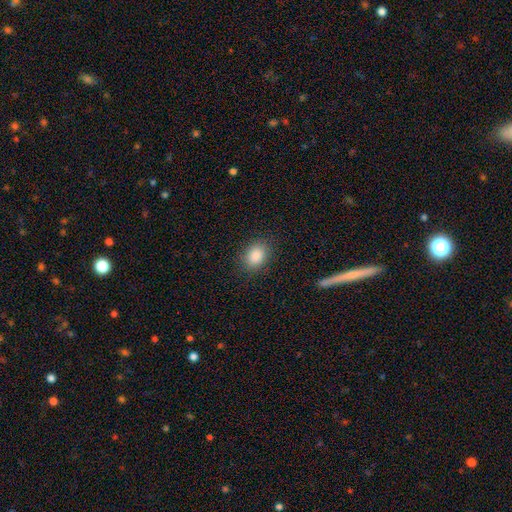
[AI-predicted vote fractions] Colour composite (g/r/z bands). It shows a smooth galaxy with no disk features (87%) that is in between round and cigar-shaped (58%). Merging: none (85%).